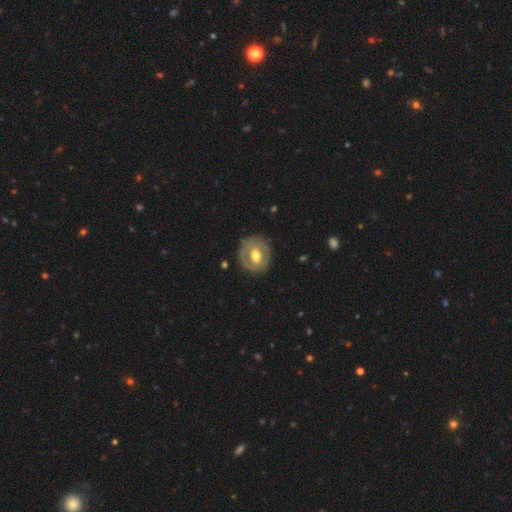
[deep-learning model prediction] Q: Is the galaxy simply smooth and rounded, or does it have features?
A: featured or disk — 61%.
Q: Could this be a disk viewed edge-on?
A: no — 96%.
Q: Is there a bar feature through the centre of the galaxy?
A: no — 49%.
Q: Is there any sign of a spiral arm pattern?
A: no — 59%.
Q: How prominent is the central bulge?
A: moderate — 73%.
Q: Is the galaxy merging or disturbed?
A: none — 79%.